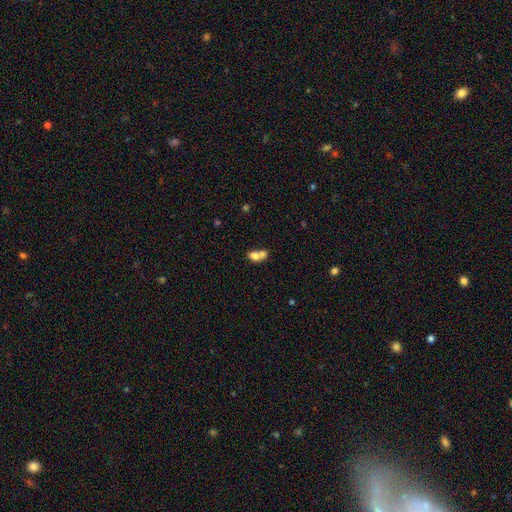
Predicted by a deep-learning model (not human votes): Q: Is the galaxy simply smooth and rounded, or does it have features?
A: smooth — 72%.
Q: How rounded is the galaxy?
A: in between — 63%.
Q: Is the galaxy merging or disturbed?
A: merger — 70%.